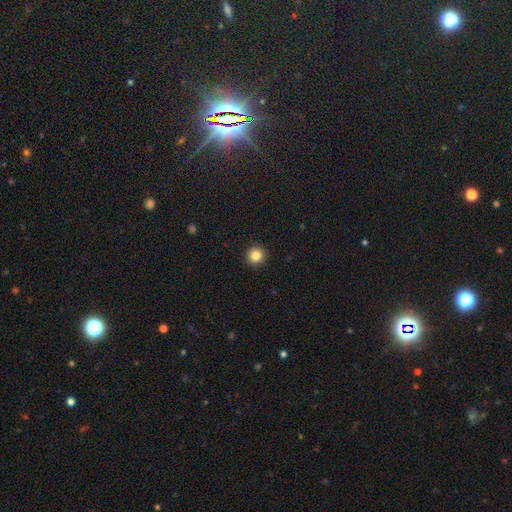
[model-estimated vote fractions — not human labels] smooth_or_featured: smooth (p=0.84) [alt: star or artifact p=0.11]
how_rounded: round (p=0.95) [alt: in between p=0.04]
merging: none (p=0.94) [alt: minor disturbance p=0.04]